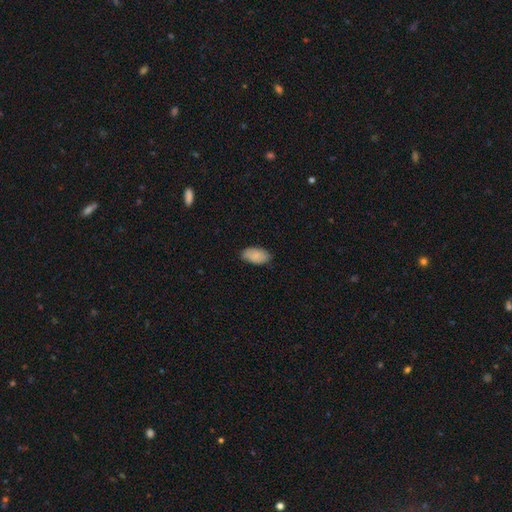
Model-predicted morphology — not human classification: The model was most divided on "merging": none: 80%, minor disturbance: 16%, major disturbance: 2%, merger: 1%. More confident: how rounded — in between (95%); smooth or featured — smooth (83%).